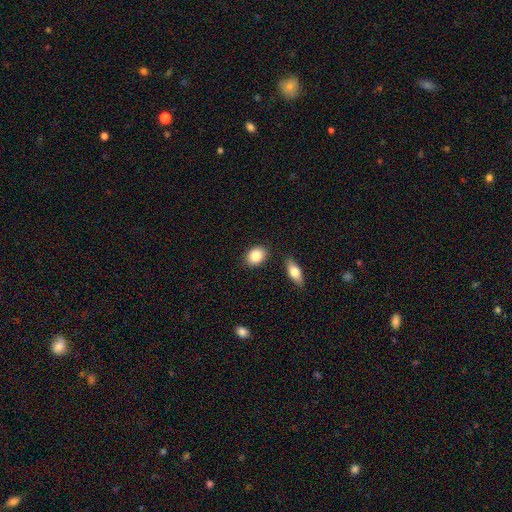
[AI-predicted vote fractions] A smooth galaxy with no disk features (85%) that is in between round and cigar-shaped (66%). Merging: none (83%).